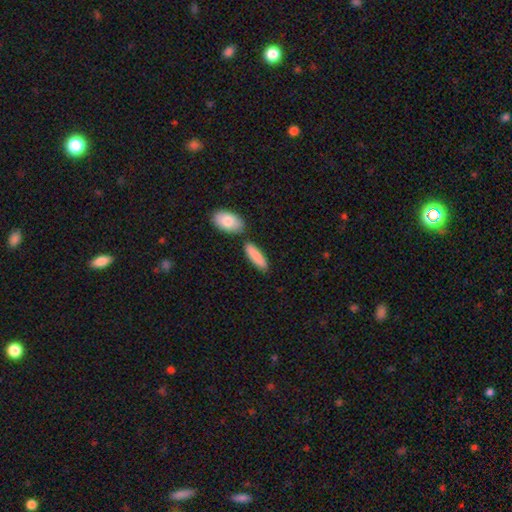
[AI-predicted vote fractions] Smooth or featured? Predicted: smooth (p=0.86). How rounded? Predicted: cigar-shaped (p=0.52). Merging? Predicted: none (p=0.75).